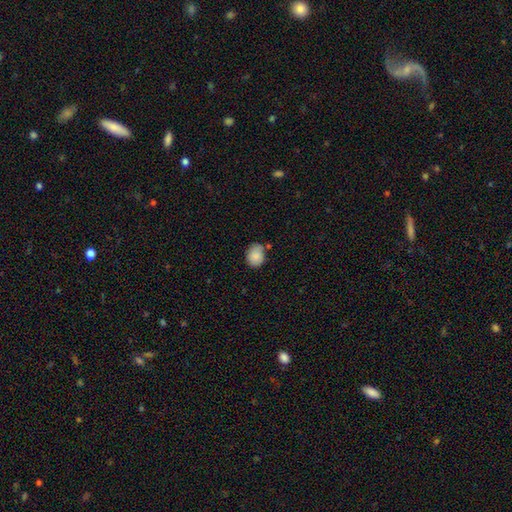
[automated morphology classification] This is clearly a smooth galaxy (87%). How rounded: possibly round (52%). Merging: likely none (68%).